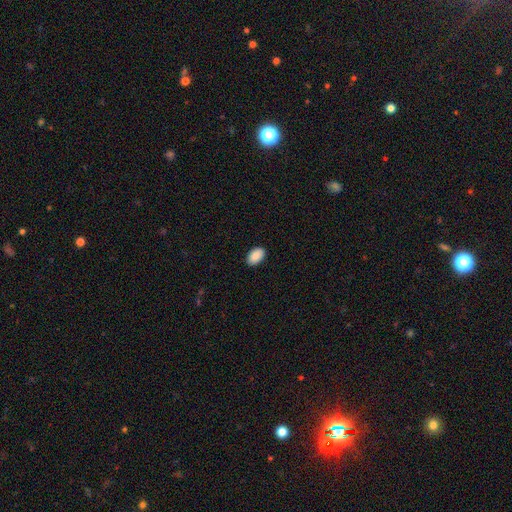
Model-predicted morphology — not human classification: type=smooth (90%); roundness=in between (93%); merging=none (90%).